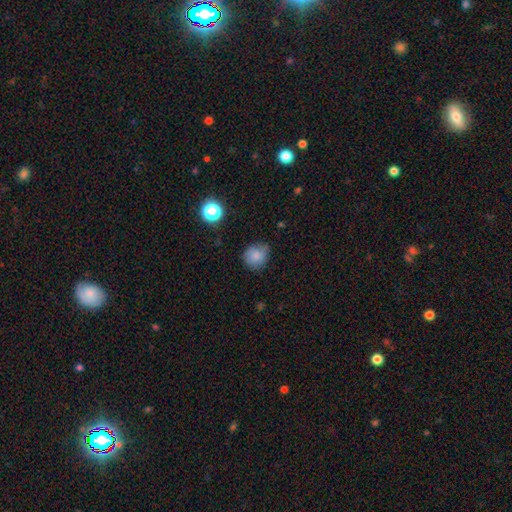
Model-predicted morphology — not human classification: This appears to be a smooth galaxy with no disk features (81%) that is round (83%). Merging: none (69%).